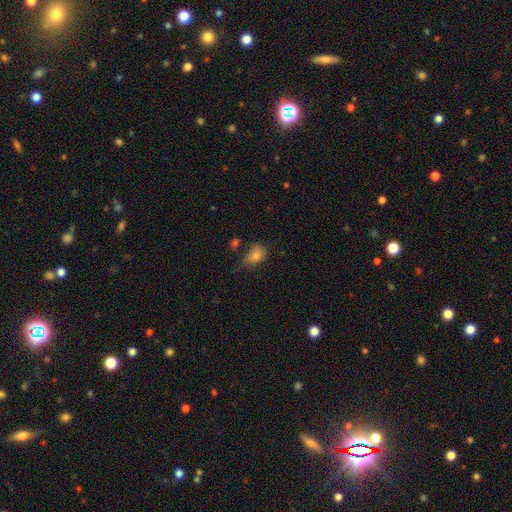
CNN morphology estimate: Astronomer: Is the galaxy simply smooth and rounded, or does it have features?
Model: smooth — 76%.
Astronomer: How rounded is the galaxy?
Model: in between — 67%.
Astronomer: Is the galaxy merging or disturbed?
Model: none — 38% (runner-up: minor disturbance, 35%).